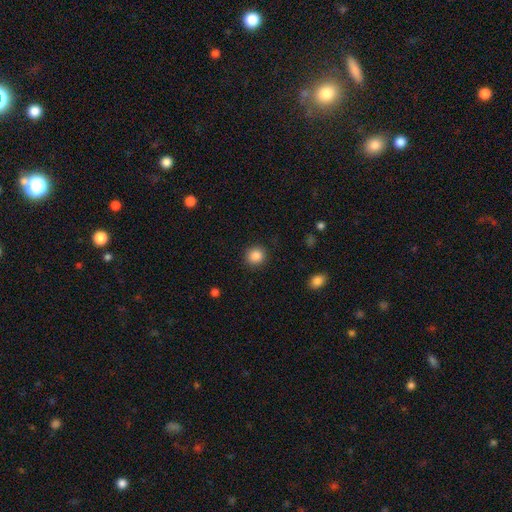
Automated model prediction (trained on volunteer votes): smooth 87%, star or artifact 9%, featured or disk 4%. Down the decision tree: how rounded — round (89%); merging — none (90%).